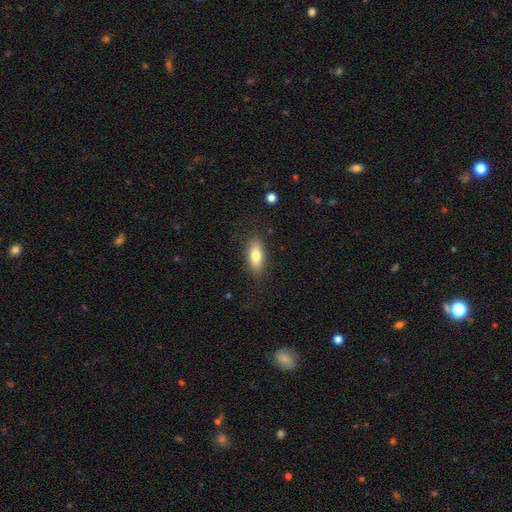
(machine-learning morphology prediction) The model was most divided on "smooth or featured": smooth: 77%, featured or disk: 17%, star or artifact: 7%. More confident: merging — none (83%); how rounded — in between (79%).